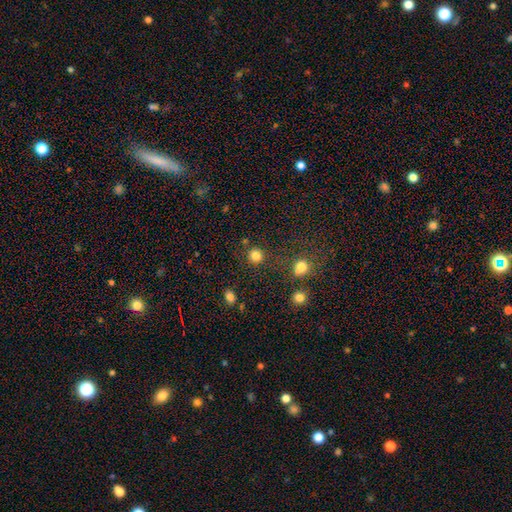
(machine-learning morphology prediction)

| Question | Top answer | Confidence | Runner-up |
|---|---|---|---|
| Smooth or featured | smooth | 82% | star or artifact (14%) |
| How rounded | round | 92% | in between (7%) |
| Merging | none | 85% | minor disturbance (7%) |